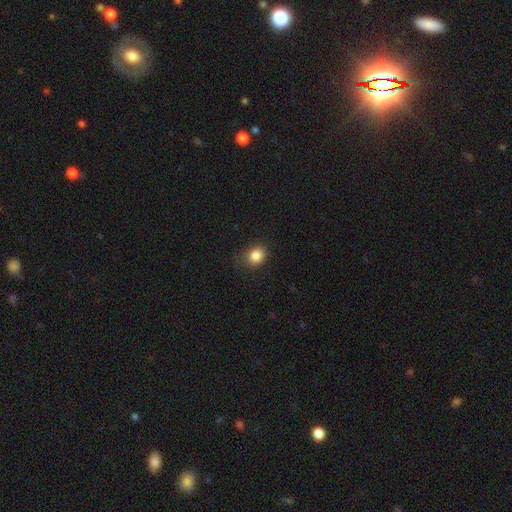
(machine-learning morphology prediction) Smooth or featured?
  - smooth: 84% *
  - star or artifact: 11%
  - featured or disk: 5%
How rounded?
  - round: 66% *
  - in between: 33%
  - cigar-shaped: 1%
Merging?
  - none: 78% *
  - minor disturbance: 17%
  - major disturbance: 4%
  - merger: 1%